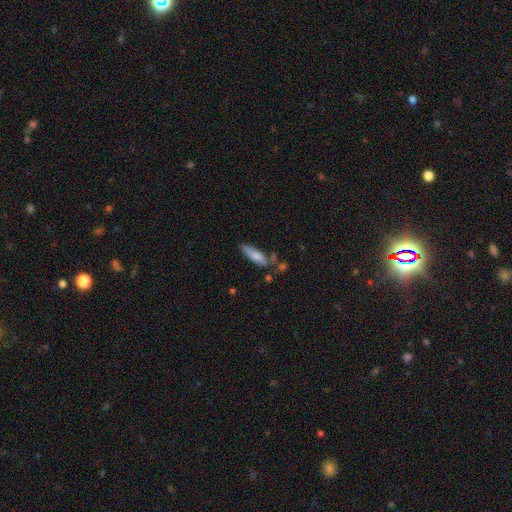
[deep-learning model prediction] This is likely a smooth galaxy (76%). How rounded: possibly cigar-shaped (59%). Merging: likely none (62%).